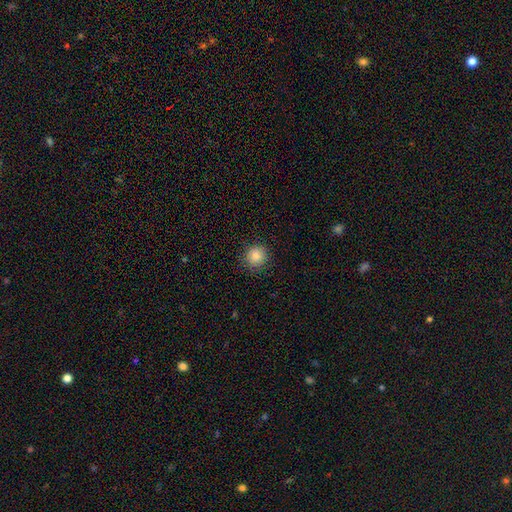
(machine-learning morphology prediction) Smooth or featured? Predicted: smooth (p=0.85). How rounded? Predicted: round (p=0.92). Merging? Predicted: none (p=0.88).